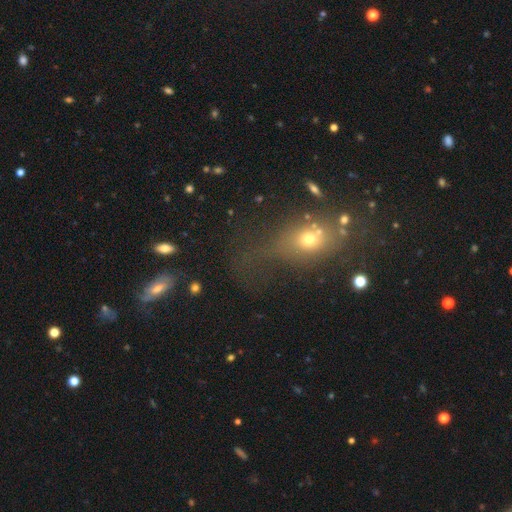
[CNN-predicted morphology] type=smooth (48%); merging=none (57%).